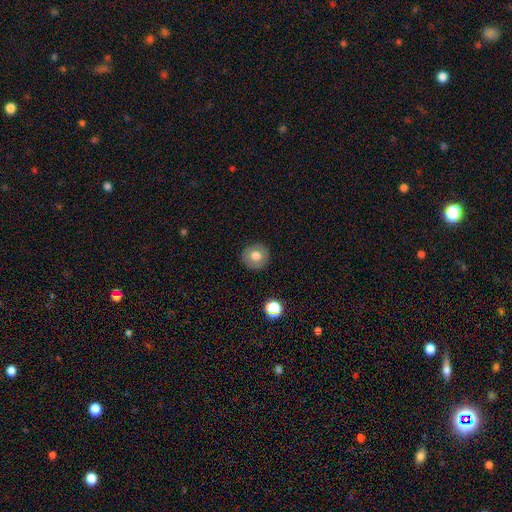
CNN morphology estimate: A smooth galaxy with no disk features (74%) that is round (93%). Merging: none (90%).